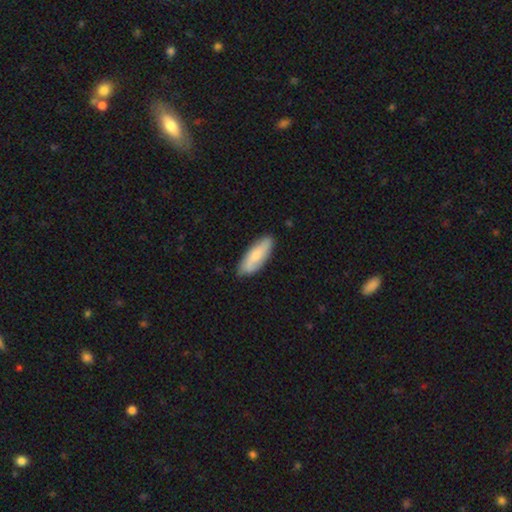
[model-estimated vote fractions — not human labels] smooth_or_featured: smooth (p=0.68) [alt: featured or disk p=0.26]
how_rounded: in between (p=0.64) [alt: cigar-shaped p=0.34]
merging: none (p=0.82) [alt: minor disturbance p=0.14]